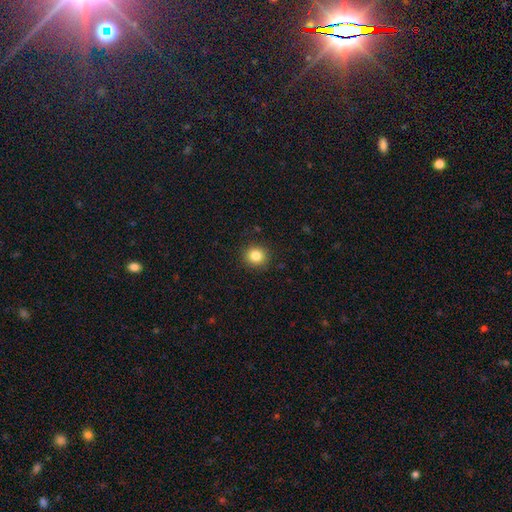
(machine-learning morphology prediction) This appears to be a smooth galaxy with no disk features (84%) that is round (88%). Merging: none (90%).